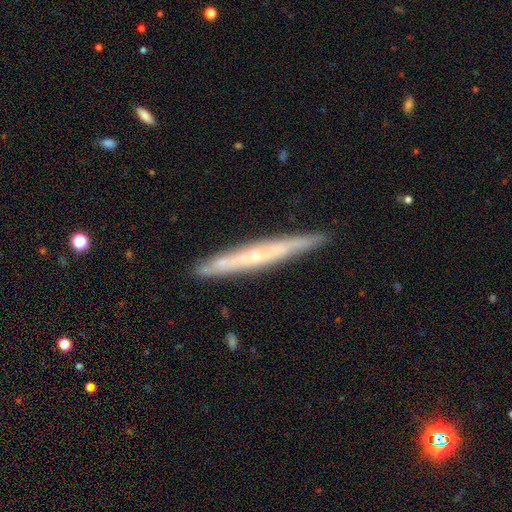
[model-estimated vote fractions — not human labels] The model was most divided on "edge-on bulge": rounded: 51%, none: 45%, boxy: 3%. More confident: edge-on disk — yes (92%); merging — none (87%); smooth or featured — featured or disk (69%).